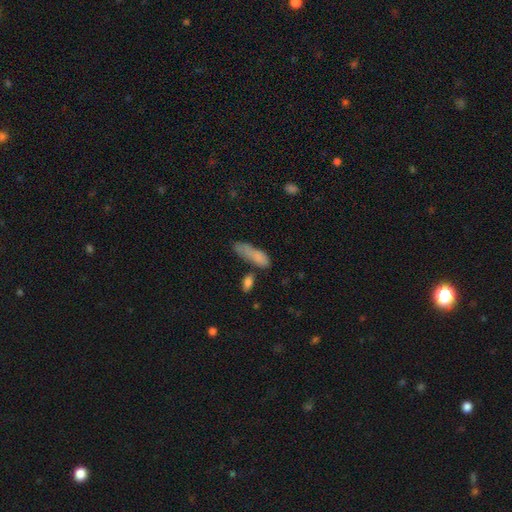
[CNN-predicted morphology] smooth 77%, featured or disk 15%, star or artifact 9%. Down the decision tree: how rounded — cigar-shaped (51%); merging — none (40%).